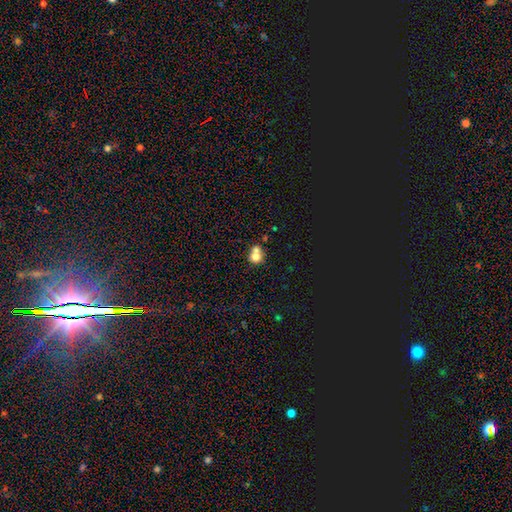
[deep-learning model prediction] A smooth galaxy with no disk features (74%) that is round (77%).

Vote fractions:
- Smooth or featured? smooth: 74% / featured or disk: 15% / star or artifact: 12%
- How rounded? round: 77% / in between: 22% / cigar-shaped: 1%
- Merging? merger: 54% / none: 33% / minor disturbance: 9% / major disturbance: 4%